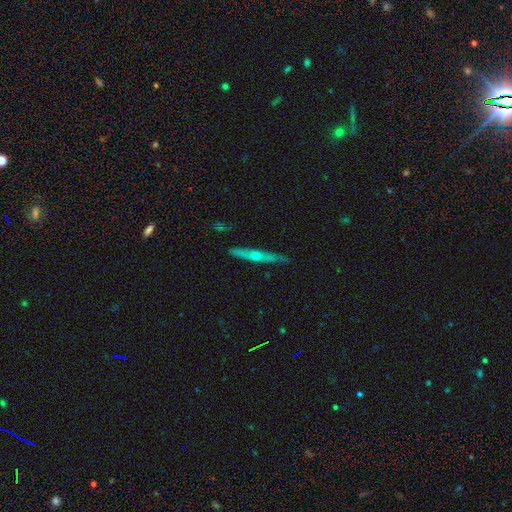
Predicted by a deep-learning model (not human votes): smooth_or_featured: featured or disk (p=0.71) [alt: smooth p=0.22]
disk_edge_on: yes (p=0.92) [alt: no p=0.08]
edge_on_bulge: rounded (p=0.86) [alt: none p=0.12]
merging: none (p=0.84) [alt: minor disturbance p=0.12]